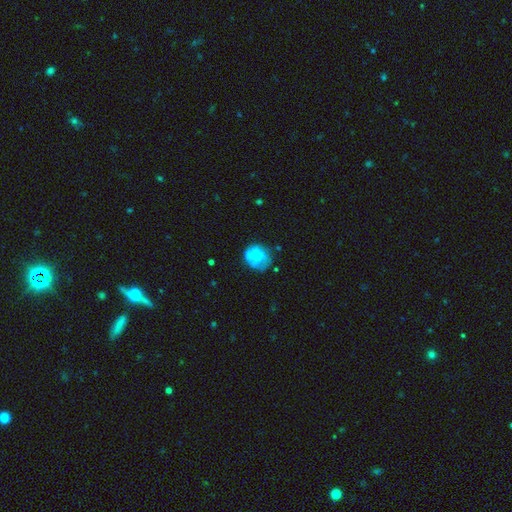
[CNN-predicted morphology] This appears to be a smooth galaxy with no disk features (54%) that is round (73%). Merging: none (55%).